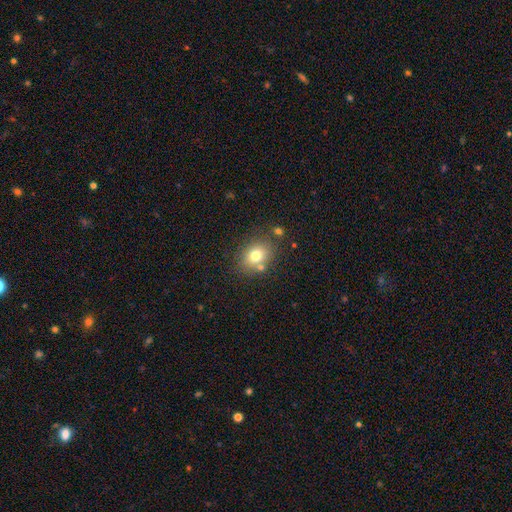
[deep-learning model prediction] Q: Smooth or featured?
A: smooth (75%); runner-up: featured or disk (13%)
Q: How rounded?
A: in between (54%); runner-up: round (45%)
Q: Merging?
A: none (73%); runner-up: minor disturbance (13%)